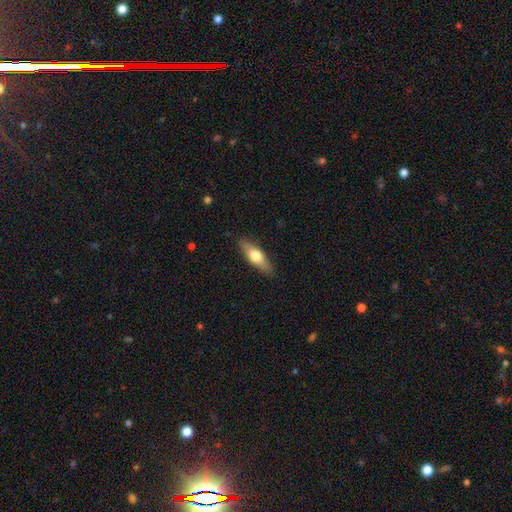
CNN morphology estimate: smooth 54%, featured or disk 40%, star or artifact 6%. Down the decision tree: how rounded — in between (49%); merging — none (88%).